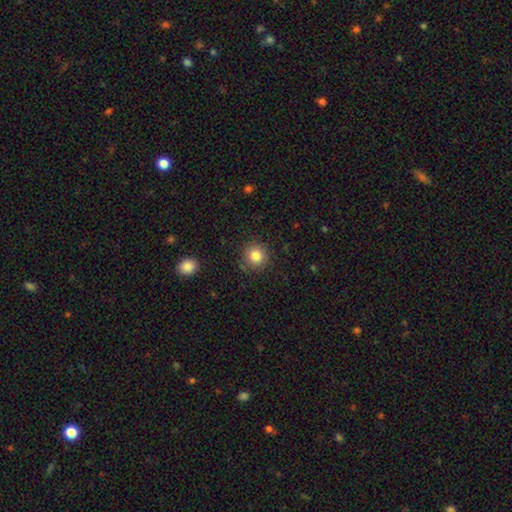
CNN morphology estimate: Q: Smooth or featured?
A: smooth (83%); runner-up: star or artifact (11%)
Q: How rounded?
A: round (93%); runner-up: in between (6%)
Q: Merging?
A: none (87%); runner-up: minor disturbance (8%)